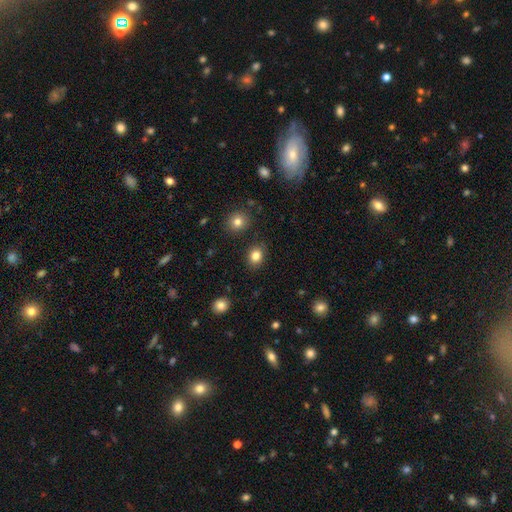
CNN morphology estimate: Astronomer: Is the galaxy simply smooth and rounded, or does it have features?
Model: smooth — 83%.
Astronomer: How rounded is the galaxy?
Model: in between — 50% (runner-up: round, 49%).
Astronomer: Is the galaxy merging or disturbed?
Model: none — 87%.